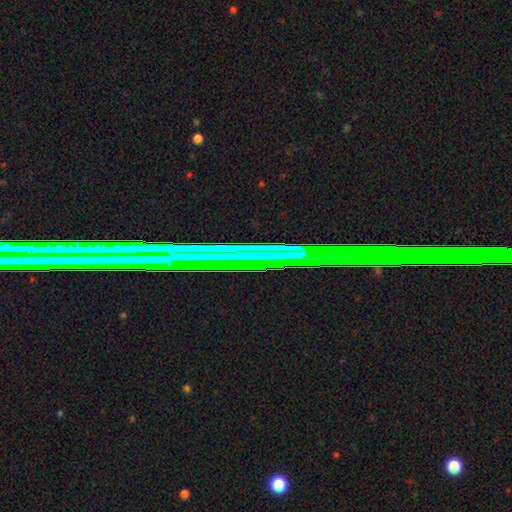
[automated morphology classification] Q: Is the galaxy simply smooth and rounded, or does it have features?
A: star or artifact — 72%.